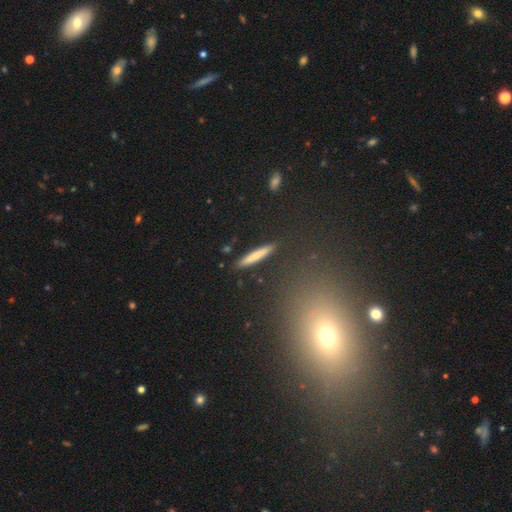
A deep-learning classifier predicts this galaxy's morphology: A smooth galaxy with no disk features (71%) that is cigar-shaped (93%). Merging: none (89%).